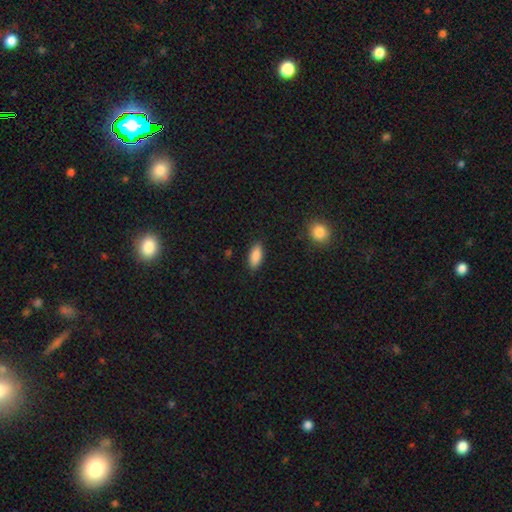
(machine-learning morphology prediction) smooth 89%, star or artifact 7%, featured or disk 5%. Down the decision tree: how rounded — in between (83%); merging — none (87%).